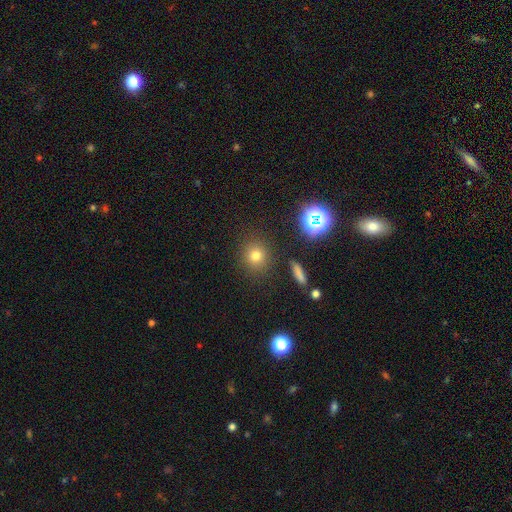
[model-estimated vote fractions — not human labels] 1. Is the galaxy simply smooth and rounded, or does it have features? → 74% smooth, 18% star or artifact, 8% featured or disk.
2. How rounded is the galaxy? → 89% round, 10% in between, 1% cigar-shaped.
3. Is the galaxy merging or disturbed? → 87% none, 7% minor disturbance, 3% major disturbance, 3% merger.